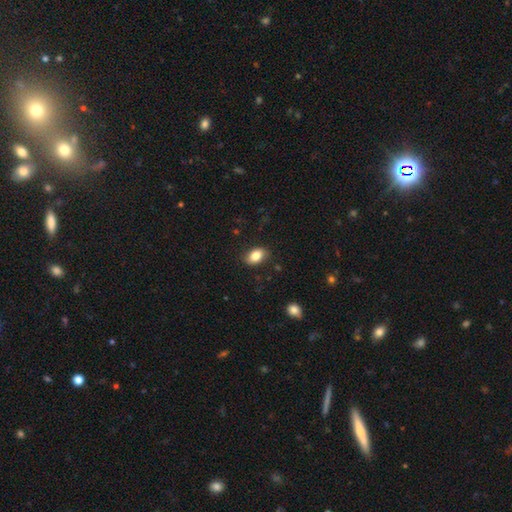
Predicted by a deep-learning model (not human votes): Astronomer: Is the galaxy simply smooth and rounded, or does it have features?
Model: smooth — 84%.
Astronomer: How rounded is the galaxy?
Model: in between — 87%.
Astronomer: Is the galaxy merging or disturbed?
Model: none — 85%.